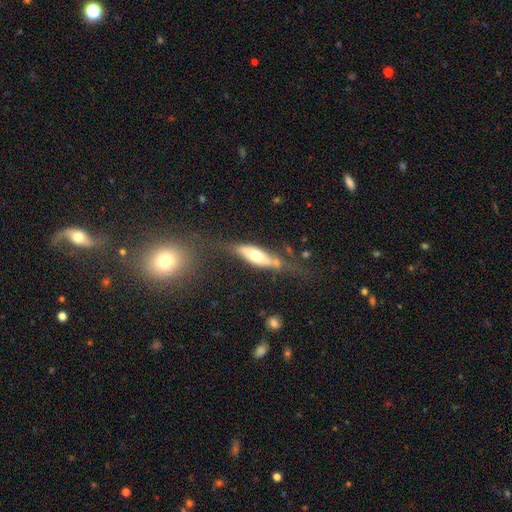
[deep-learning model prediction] featured or disk 47% (tied), smooth 47% (tied), star or artifact 6%. Down the decision tree: merging — none (48%).